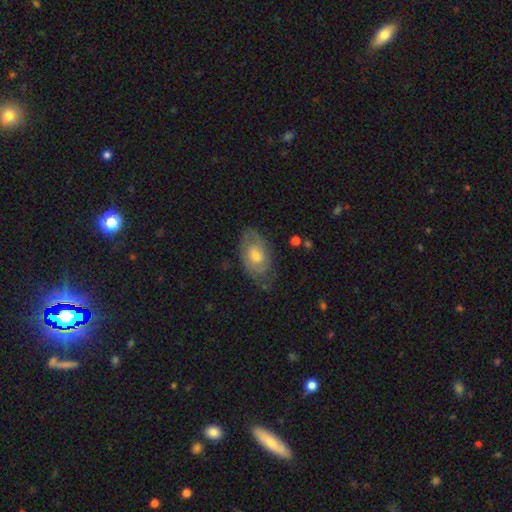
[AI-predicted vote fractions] This is possibly a featured or disk galaxy (57%). It is clearly not viewed edge-on (92%). Bar: likely no (76%). Spiral arm pattern: likely yes (70%). Central bulge: likely moderate (67%). Merging: likely none (68%).